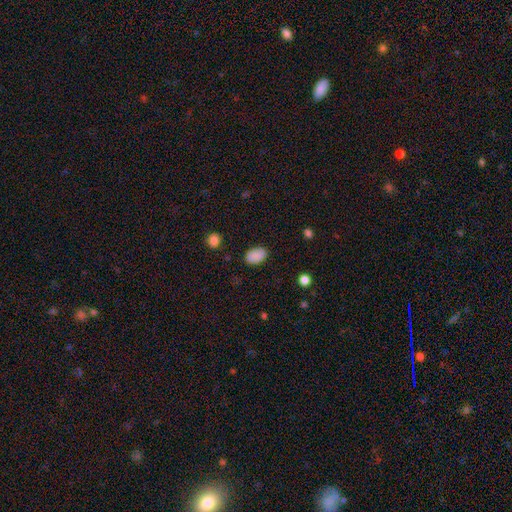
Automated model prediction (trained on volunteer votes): A smooth galaxy with no disk features (88%) that is in between round and cigar-shaped (90%). Merging: none (86%).